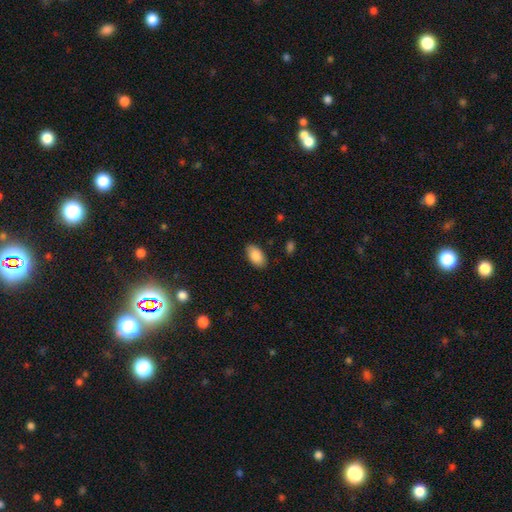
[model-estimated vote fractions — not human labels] A smooth galaxy with no disk features (88%) that is in between round and cigar-shaped (94%). Merging: none (86%).